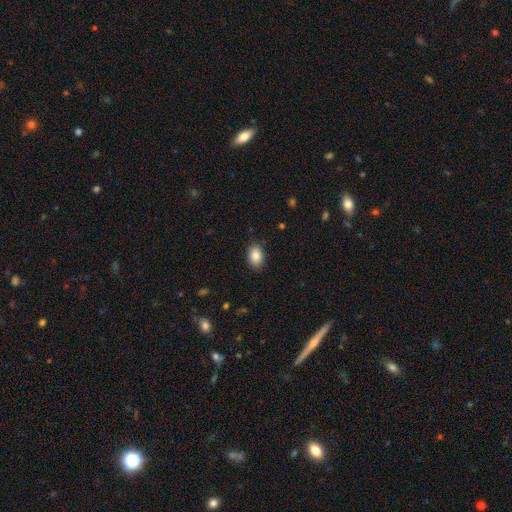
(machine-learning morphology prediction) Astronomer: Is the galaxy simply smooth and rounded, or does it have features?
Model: smooth — 86%.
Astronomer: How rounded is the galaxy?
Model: in between — 85%.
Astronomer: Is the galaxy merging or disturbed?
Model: none — 87%.